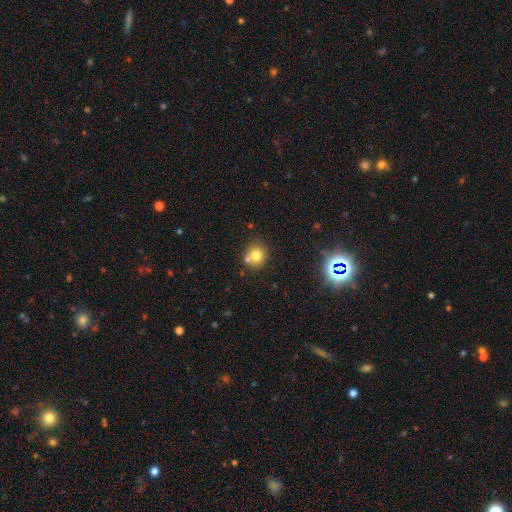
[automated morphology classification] Smooth or featured? smooth (75%)
How rounded? round (79%)
Merging? none (61%)